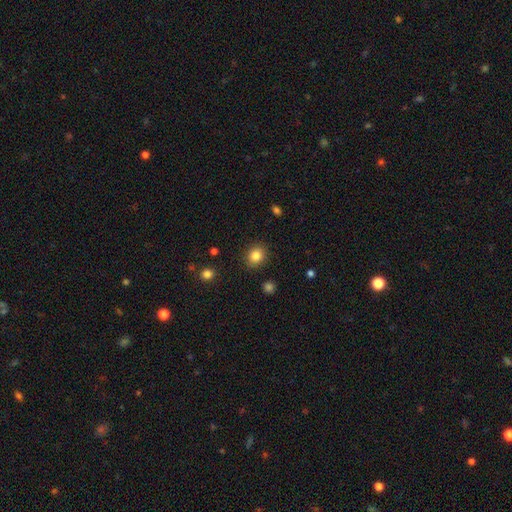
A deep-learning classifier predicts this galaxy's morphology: Smooth or featured?
  - smooth: 85% *
  - star or artifact: 10%
  - featured or disk: 5%
How rounded?
  - round: 76% *
  - in between: 23%
  - cigar-shaped: 1%
Merging?
  - none: 89% *
  - minor disturbance: 7%
  - major disturbance: 2%
  - merger: 1%